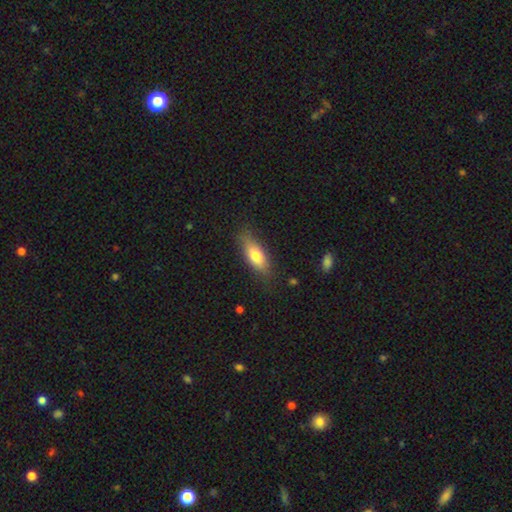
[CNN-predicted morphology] Q: Smooth or featured?
A: smooth (74%); runner-up: featured or disk (19%)
Q: How rounded?
A: in between (70%); runner-up: cigar-shaped (27%)
Q: Merging?
A: none (77%); runner-up: minor disturbance (18%)